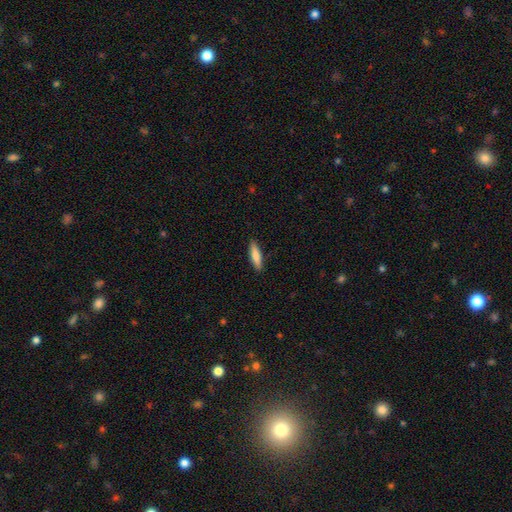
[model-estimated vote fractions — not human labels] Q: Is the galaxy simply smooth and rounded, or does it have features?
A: smooth — 81%.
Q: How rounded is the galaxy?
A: cigar-shaped — 70%.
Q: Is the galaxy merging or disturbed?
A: none — 89%.